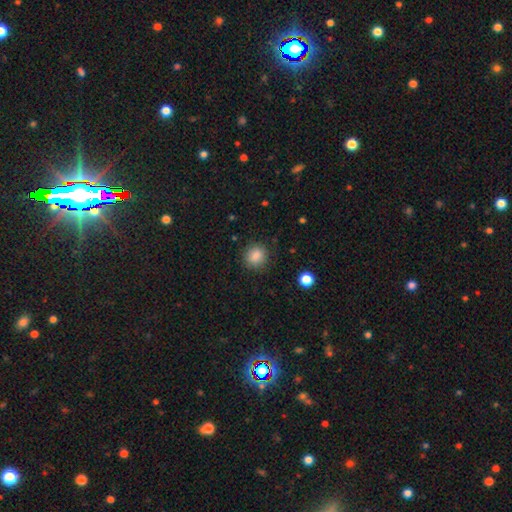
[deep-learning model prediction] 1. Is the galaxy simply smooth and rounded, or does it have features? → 85% smooth, 10% star or artifact, 5% featured or disk.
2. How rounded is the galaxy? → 84% round, 15% in between, 1% cigar-shaped.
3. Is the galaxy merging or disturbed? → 87% none, 9% minor disturbance, 3% major disturbance, 1% merger.